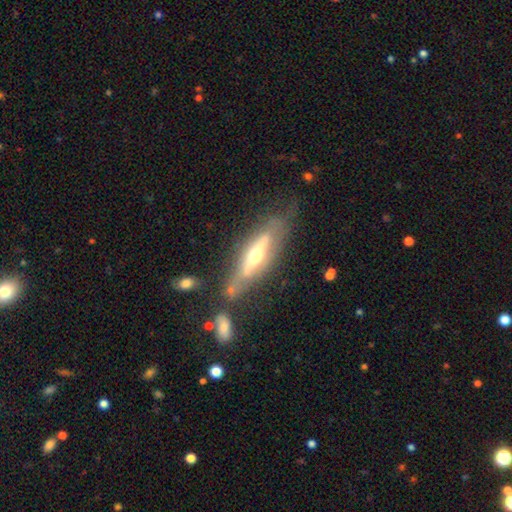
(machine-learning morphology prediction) type=featured or disk (69%); edge-on=yes (72%); merging=none (58%).